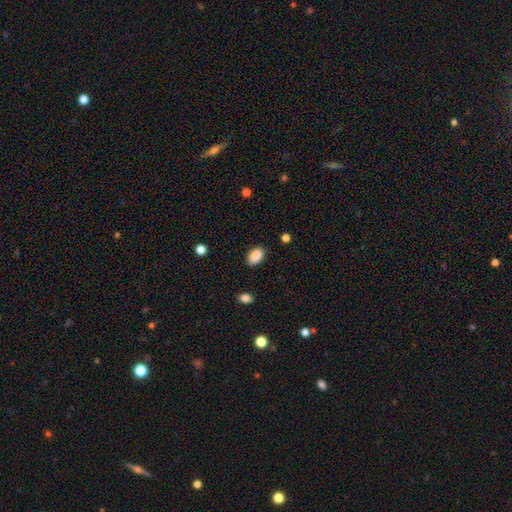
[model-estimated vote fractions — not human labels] A smooth galaxy with no disk features (89%) that is in between round and cigar-shaped (89%).

Vote fractions:
- Smooth or featured? smooth: 89% / star or artifact: 7% / featured or disk: 4%
- How rounded? in between: 89% / round: 10% / cigar-shaped: 1%
- Merging? none: 84% / minor disturbance: 12% / major disturbance: 3% / merger: 1%